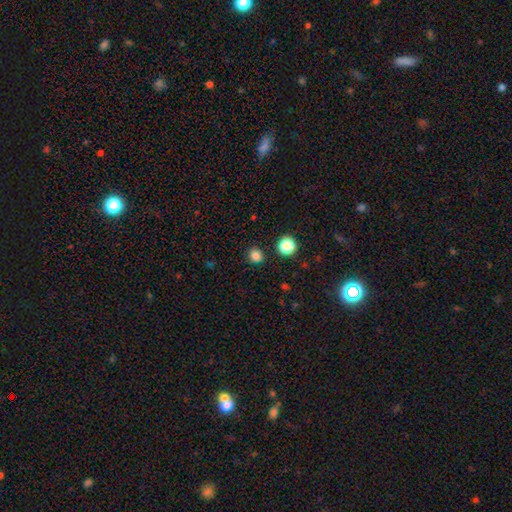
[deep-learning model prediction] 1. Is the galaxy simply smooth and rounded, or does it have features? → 81% smooth, 15% star or artifact, 4% featured or disk.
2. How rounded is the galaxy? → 87% round, 13% in between, 1% cigar-shaped.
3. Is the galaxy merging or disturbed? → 88% none, 7% minor disturbance, 2% major disturbance, 2% merger.